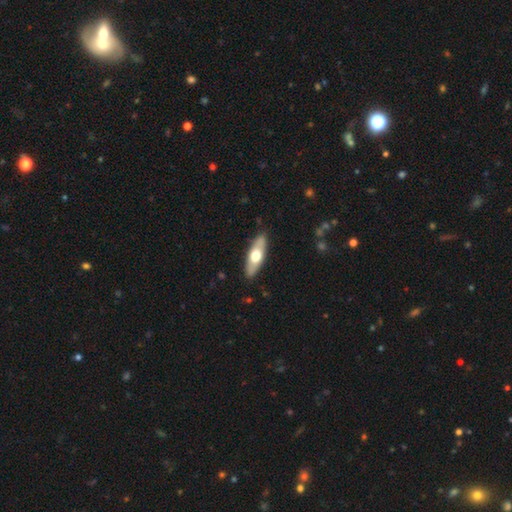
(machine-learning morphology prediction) smooth_or_featured: smooth (p=0.53) [alt: featured or disk p=0.43]
how_rounded: in between (p=0.54) [alt: cigar-shaped p=0.44]
merging: none (p=0.87) [alt: minor disturbance p=0.10]